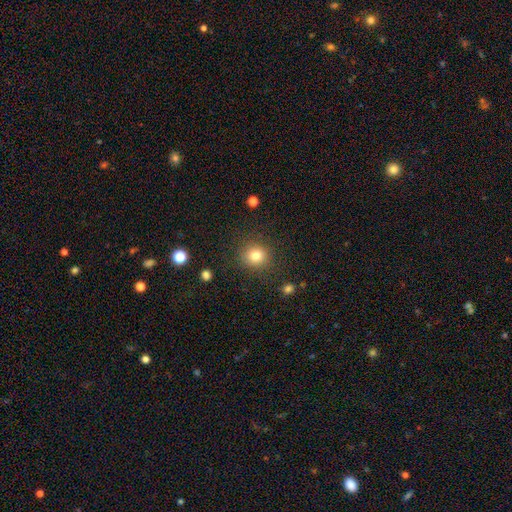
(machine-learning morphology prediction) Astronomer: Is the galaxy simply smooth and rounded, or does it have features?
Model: smooth — 81%.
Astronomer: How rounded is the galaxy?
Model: round — 87%.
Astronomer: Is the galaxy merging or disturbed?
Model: none — 87%.